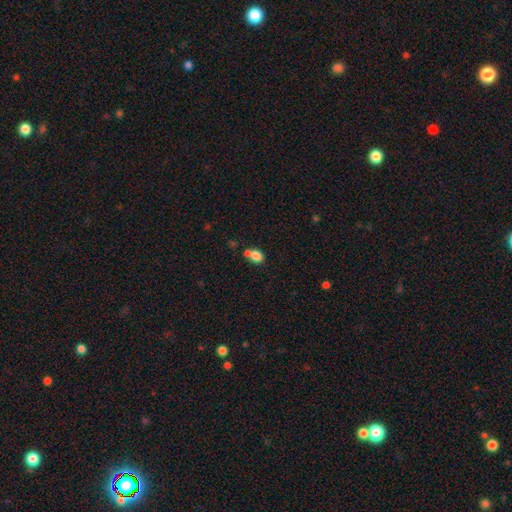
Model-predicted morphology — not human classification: Overall: smooth (81%). How rounded: in between (69%; round 29%). Merging: none (44%; merger 37%).